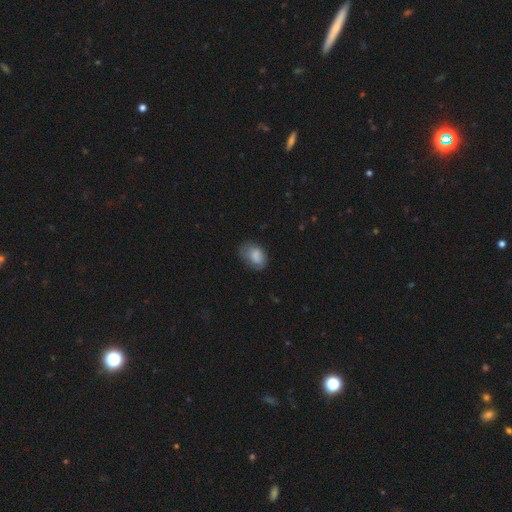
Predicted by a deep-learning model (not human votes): Smooth or featured? smooth (78%)
How rounded? in between (79%)
Merging? none (52%)